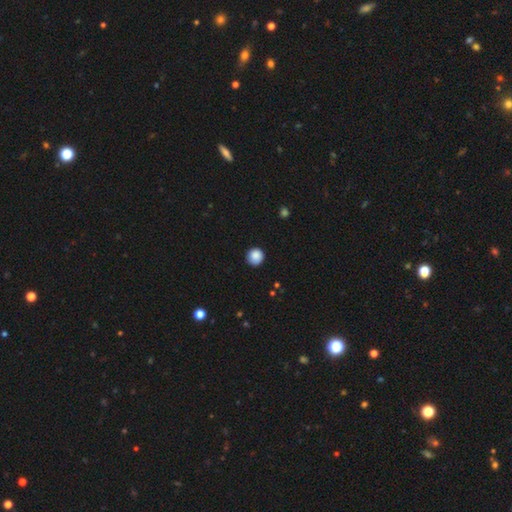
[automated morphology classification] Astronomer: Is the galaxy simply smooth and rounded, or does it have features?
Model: smooth — 87%.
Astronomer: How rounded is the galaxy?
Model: round — 94%.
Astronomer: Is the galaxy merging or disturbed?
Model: none — 87%.